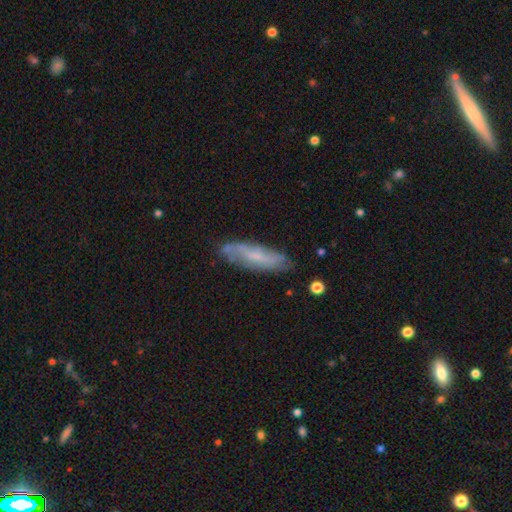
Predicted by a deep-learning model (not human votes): Morphology: type=featured or disk (48%); merging=none (72%).